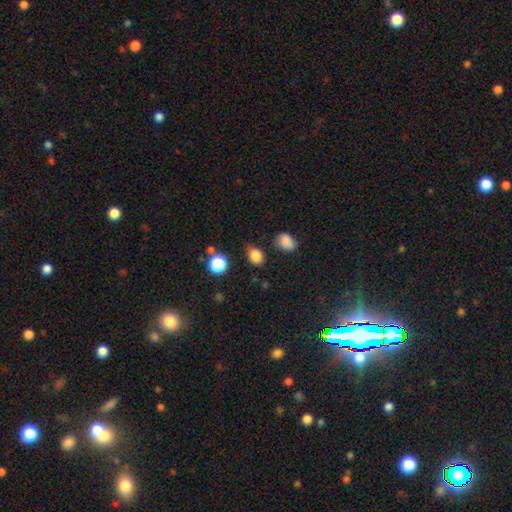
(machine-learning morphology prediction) smooth_or_featured: smooth (p=0.84) [alt: star or artifact p=0.12]
how_rounded: in between (p=0.59) [alt: round p=0.40]
merging: none (p=0.74) [alt: minor disturbance p=0.18]